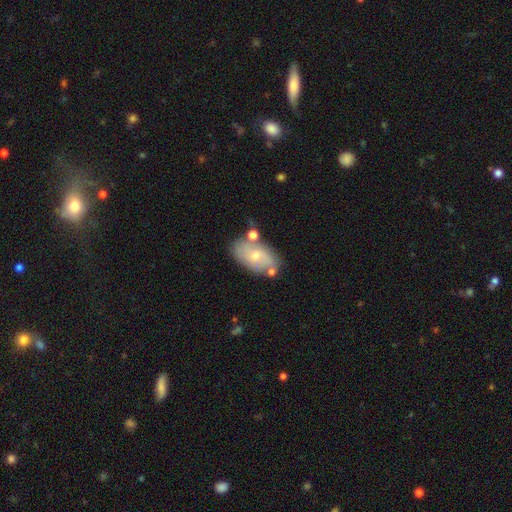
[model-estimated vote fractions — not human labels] Smooth or featured? Predicted: smooth (p=0.49). Merging? Predicted: none (p=0.62).